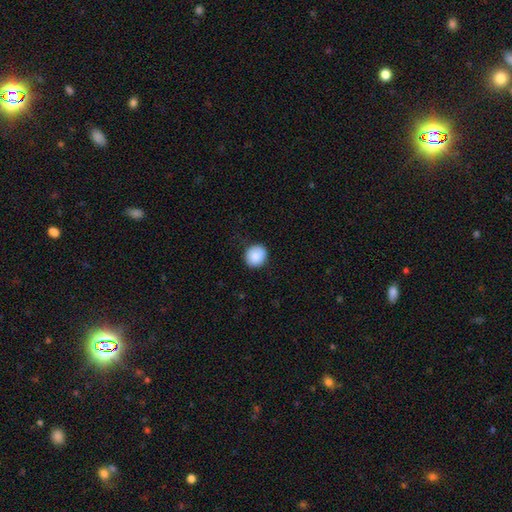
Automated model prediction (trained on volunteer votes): This appears to be a smooth galaxy with no disk features (88%) that is round (84%). Merging: none (85%).